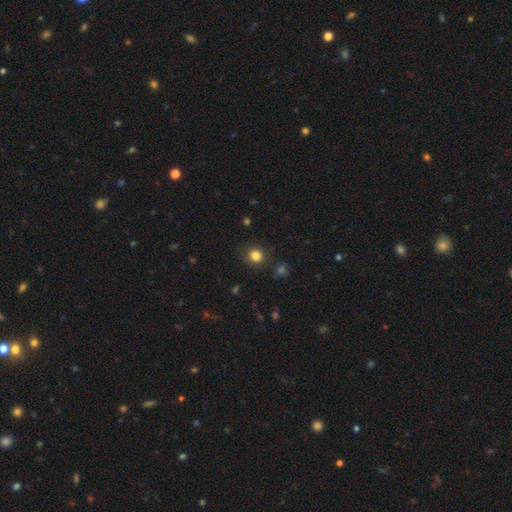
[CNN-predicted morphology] Smooth or featured?
  - smooth: 82% *
  - star or artifact: 12%
  - featured or disk: 6%
How rounded?
  - round: 86% *
  - in between: 13%
  - cigar-shaped: 1%
Merging?
  - none: 82% *
  - minor disturbance: 12%
  - major disturbance: 4%
  - merger: 2%